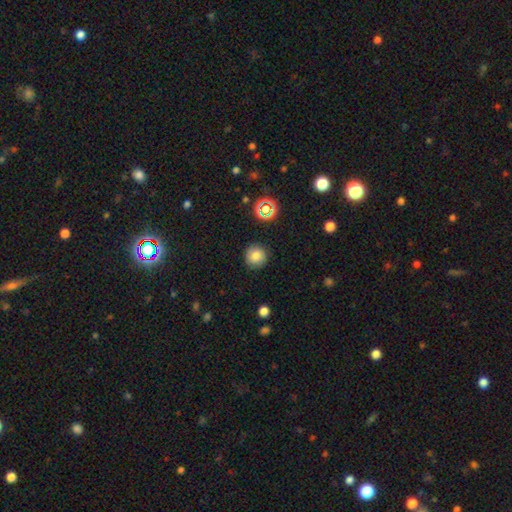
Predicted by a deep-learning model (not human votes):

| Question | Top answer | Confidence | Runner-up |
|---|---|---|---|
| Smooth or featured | smooth | 80% | star or artifact (13%) |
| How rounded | round | 94% | in between (5%) |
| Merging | none | 89% | minor disturbance (8%) |